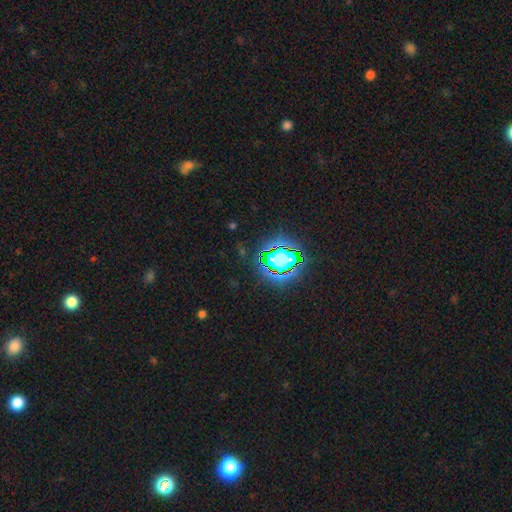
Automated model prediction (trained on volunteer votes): Q: Smooth or featured?
A: star or artifact (79%); runner-up: smooth (13%)